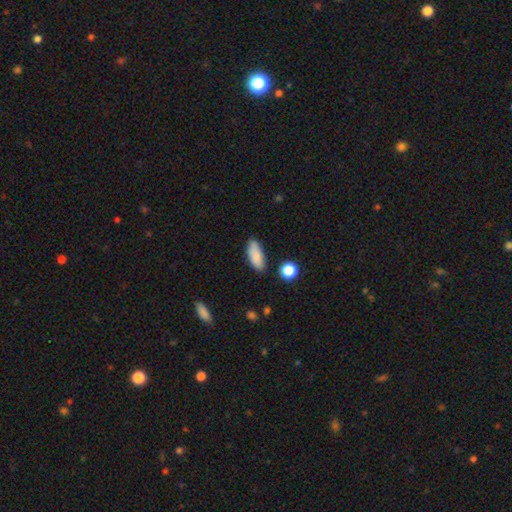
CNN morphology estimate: Smooth or featured? Predicted: smooth (p=0.86). How rounded? Predicted: in between (p=0.79). Merging? Predicted: none (p=0.75).